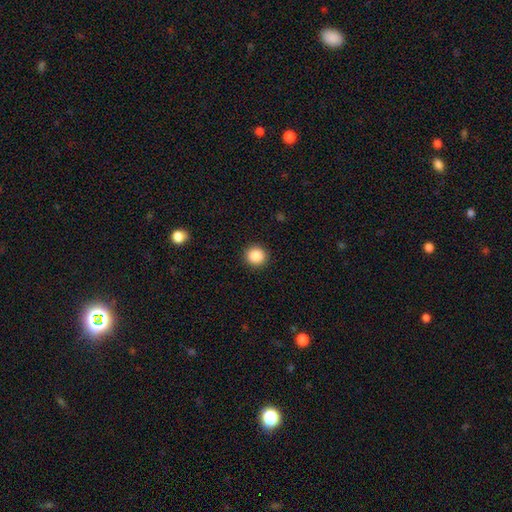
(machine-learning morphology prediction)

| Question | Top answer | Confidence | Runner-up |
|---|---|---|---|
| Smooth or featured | smooth | 88% | star or artifact (9%) |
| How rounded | round | 92% | in between (7%) |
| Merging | none | 92% | minor disturbance (5%) |